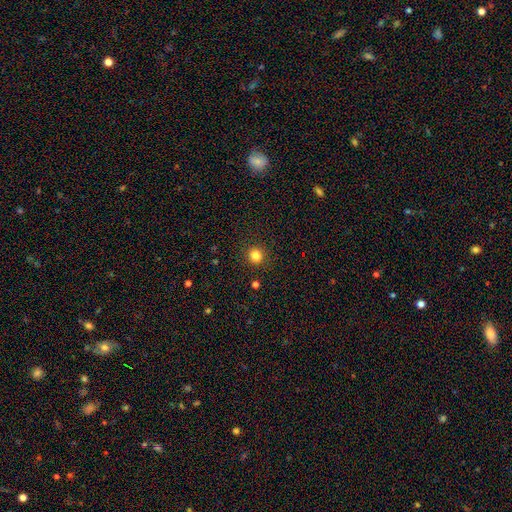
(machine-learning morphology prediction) This is clearly a smooth galaxy (82%). How rounded: clearly round (94%). Merging: clearly none (92%).